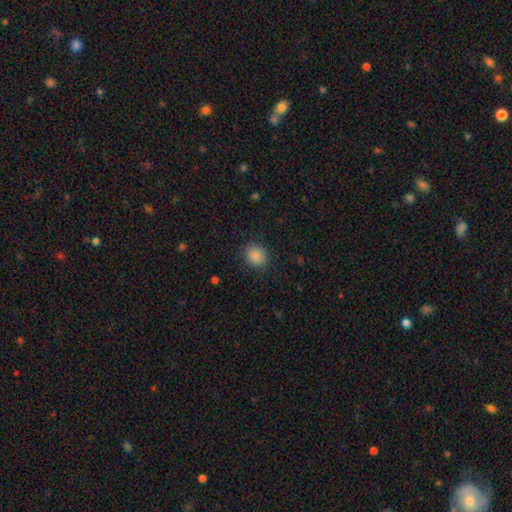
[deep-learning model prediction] smooth 87%, star or artifact 9%, featured or disk 3%. Down the decision tree: how rounded — round (74%); merging — none (86%).